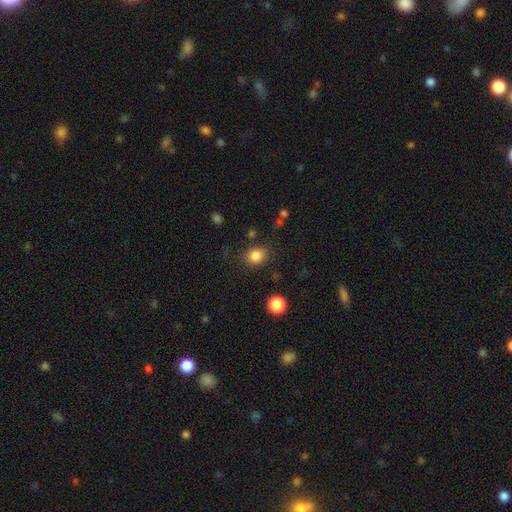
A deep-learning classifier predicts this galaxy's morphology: The model was most divided on "how rounded": round: 66%, in between: 34%, cigar-shaped: 1%. More confident: smooth or featured — smooth (84%); merging — none (81%).